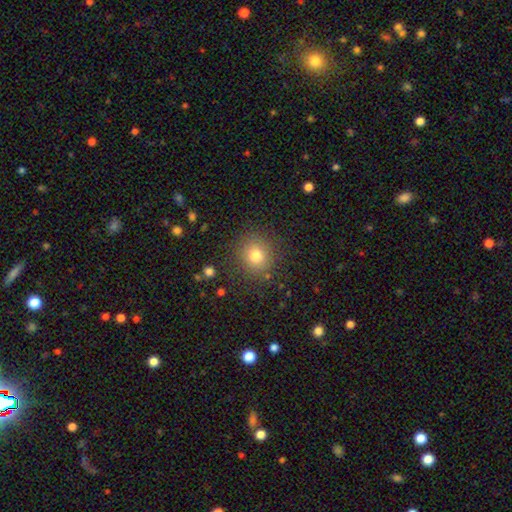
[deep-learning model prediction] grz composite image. It shows a smooth galaxy with no disk features (77%) that is round (89%). Merging: none (86%).